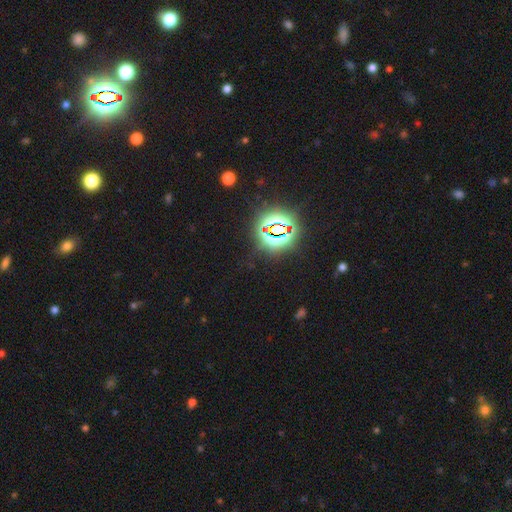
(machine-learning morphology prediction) A star or artifact, not a galaxy (80%).

Vote fractions:
- Smooth or featured? star or artifact: 80% / smooth: 13% / featured or disk: 8%